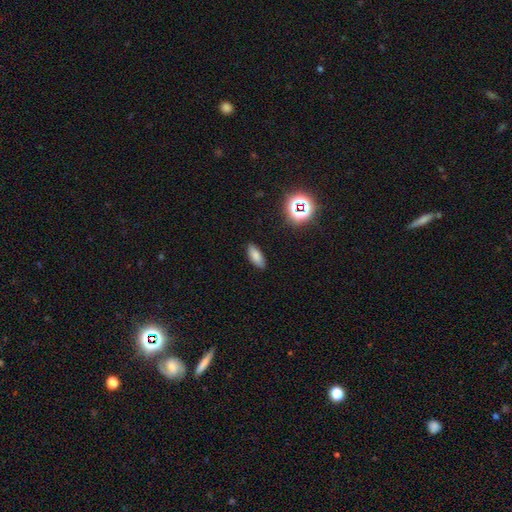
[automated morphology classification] The model was most divided on "smooth or featured": smooth: 80%, star or artifact: 12%, featured or disk: 8%. More confident: merging — none (87%); how rounded — in between (82%).